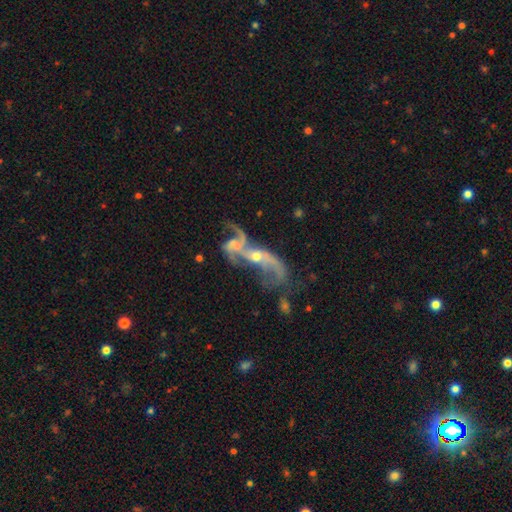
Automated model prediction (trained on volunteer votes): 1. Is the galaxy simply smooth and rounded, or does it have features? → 75% featured or disk, 14% smooth, 12% star or artifact.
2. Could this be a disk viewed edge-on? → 89% no, 11% yes.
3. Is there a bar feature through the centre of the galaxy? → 64% no, 26% weak, 10% strong.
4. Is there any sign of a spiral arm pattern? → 69% yes, 31% no.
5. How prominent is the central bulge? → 47% small, 38% moderate, 10% none, 3% large, 2% dominant.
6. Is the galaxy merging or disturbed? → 56% merger, 20% major disturbance, 16% none, 8% minor disturbance.